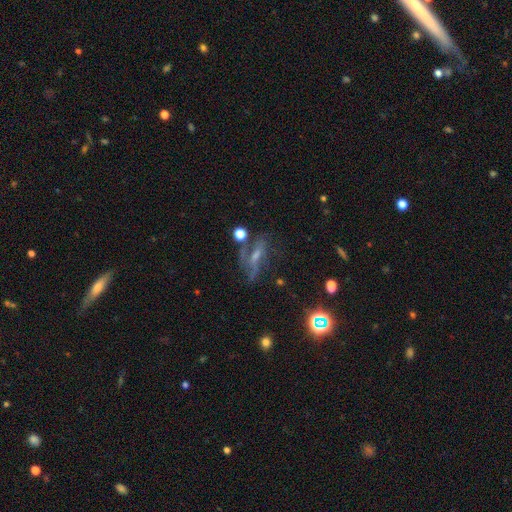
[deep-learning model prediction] A featured or disk galaxy (54%).

Vote fractions:
- Smooth or featured? featured or disk: 54% / star or artifact: 24% / smooth: 21%
- Edge-on disk? no: 68% / yes: 32%
- Merging? none: 50% / major disturbance: 21% / minor disturbance: 19% / merger: 11%